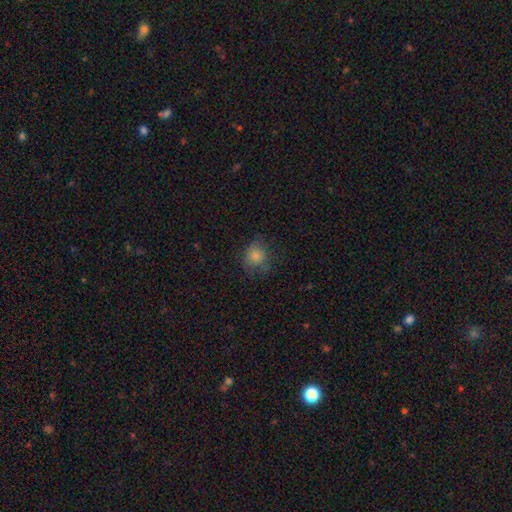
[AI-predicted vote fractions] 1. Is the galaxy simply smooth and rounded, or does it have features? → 76% smooth, 14% star or artifact, 10% featured or disk.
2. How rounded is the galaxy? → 80% round, 19% in between, 1% cigar-shaped.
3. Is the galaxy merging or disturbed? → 72% none, 19% minor disturbance, 7% major disturbance, 1% merger.